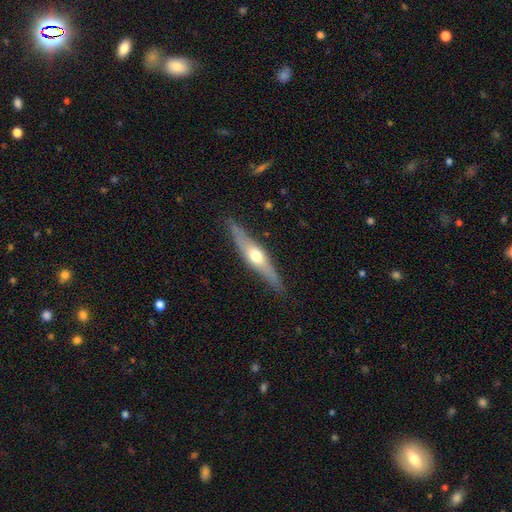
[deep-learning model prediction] A featured or disk galaxy (61%) viewed edge-on (89%) with a rounded central bulge (92%).

Vote fractions:
- Smooth or featured? featured or disk: 61% / smooth: 34% / star or artifact: 5%
- Edge-on disk? yes: 89% / no: 11%
- Edge-on bulge? rounded: 92% / none: 5% / boxy: 3%
- Merging? none: 86% / minor disturbance: 11% / major disturbance: 2% / merger: 1%